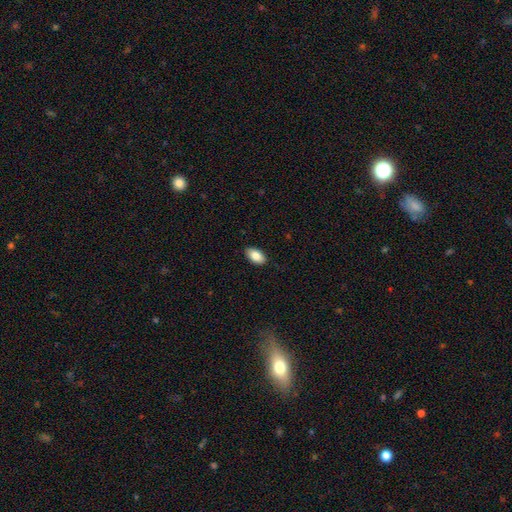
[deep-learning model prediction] Overall: smooth (86%). How rounded: in between (93%). Merging: none (87%).